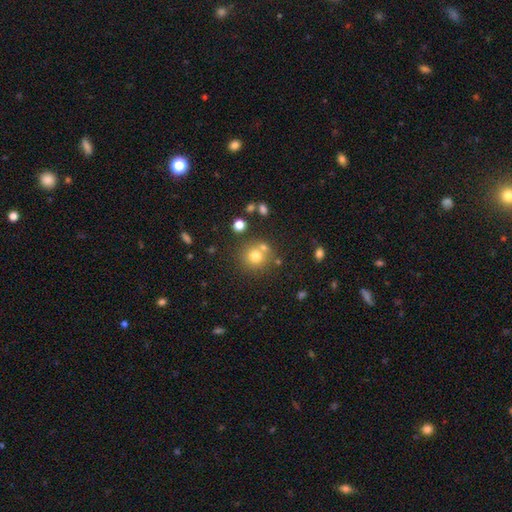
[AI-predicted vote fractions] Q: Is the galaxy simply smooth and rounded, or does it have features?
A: smooth — 73%.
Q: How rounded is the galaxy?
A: round — 90%.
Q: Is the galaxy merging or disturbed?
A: none — 65%.